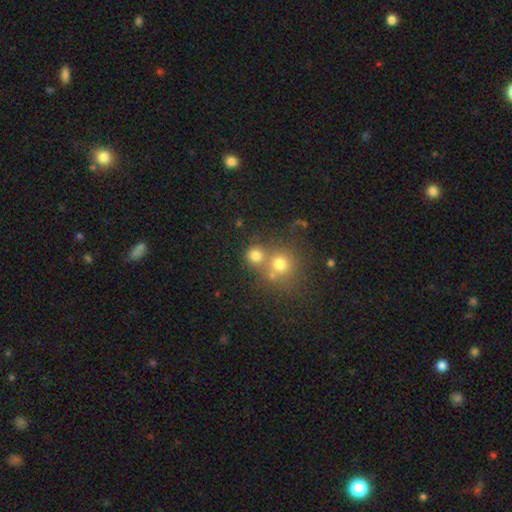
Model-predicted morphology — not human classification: A smooth galaxy with no disk features (76%) that is round (86%).

Vote fractions:
- Smooth or featured? smooth: 76% / star or artifact: 15% / featured or disk: 9%
- How rounded? round: 86% / in between: 12% / cigar-shaped: 1%
- Merging? none: 56% / merger: 33% / minor disturbance: 7% / major disturbance: 4%